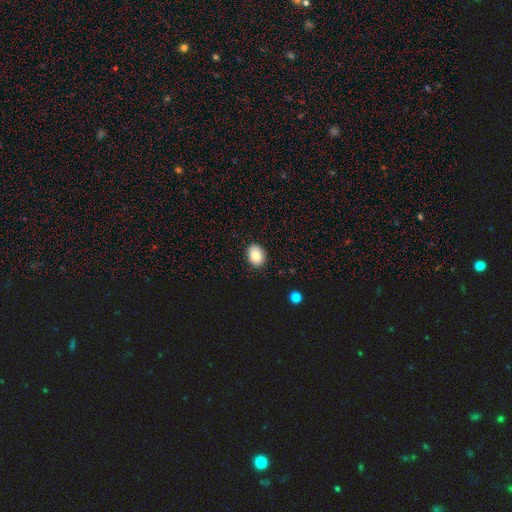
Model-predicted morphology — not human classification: type=smooth (82%); roundness=in between (60%); merging=none (89%).